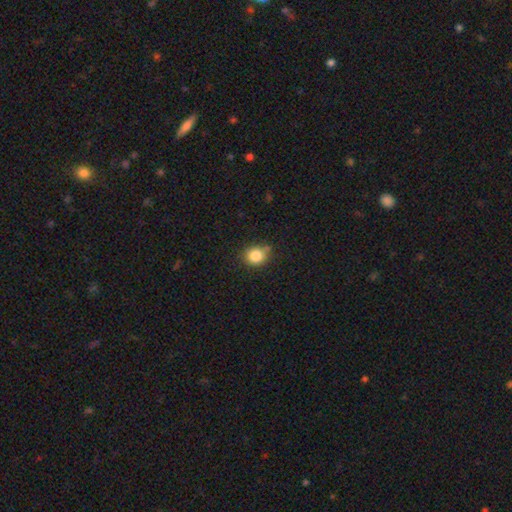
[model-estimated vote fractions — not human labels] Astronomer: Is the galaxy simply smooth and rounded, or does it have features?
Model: smooth — 83%.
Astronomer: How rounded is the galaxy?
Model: round — 76%.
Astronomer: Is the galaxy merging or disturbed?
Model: none — 73%.